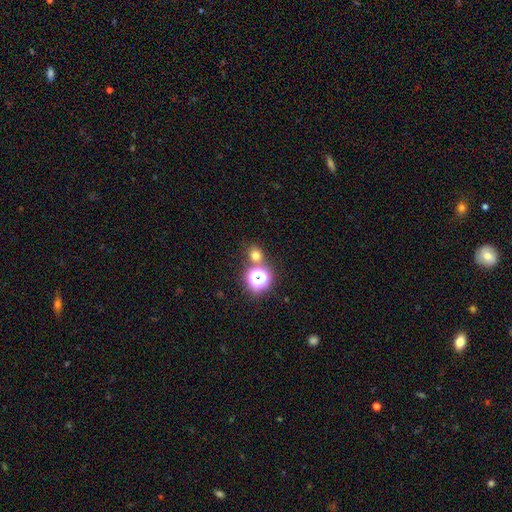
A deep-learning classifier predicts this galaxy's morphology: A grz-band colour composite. It shows a smooth galaxy with no disk features (66%) that is round (80%). Merging: none (70%).